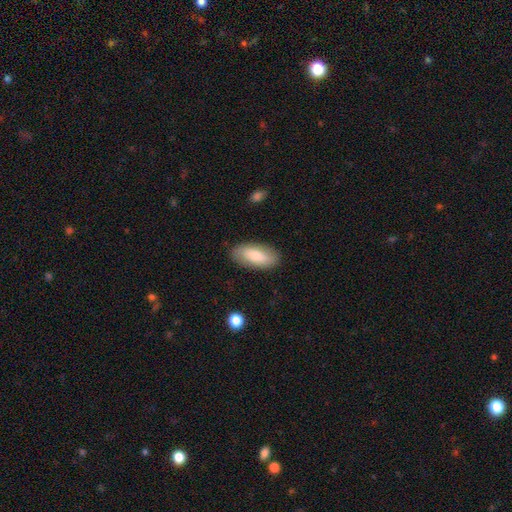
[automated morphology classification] type=smooth (76%); roundness=in between (87%); merging=none (85%).